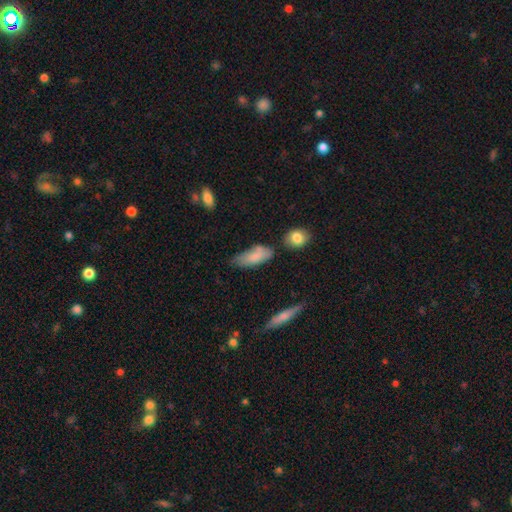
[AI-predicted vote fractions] smooth_or_featured: smooth (p=0.78) [alt: featured or disk p=0.14]
how_rounded: in between (p=0.77) [alt: cigar-shaped p=0.21]
merging: none (p=0.50) [alt: minor disturbance p=0.31]